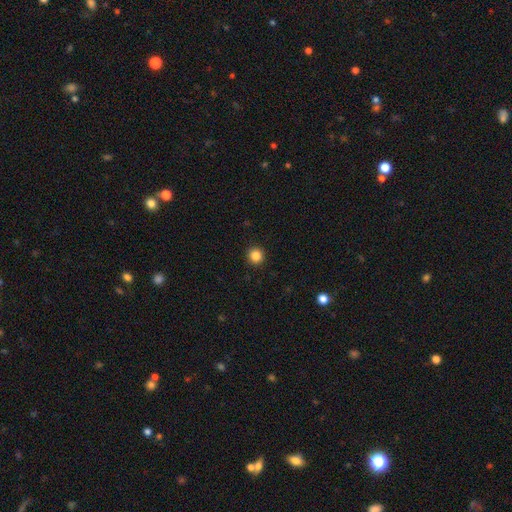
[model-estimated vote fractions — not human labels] A smooth galaxy with no disk features (86%) that is round (95%).

Vote fractions:
- Smooth or featured? smooth: 86% / star or artifact: 11% / featured or disk: 4%
- How rounded? round: 95% / in between: 4% / cigar-shaped: 1%
- Merging? none: 93% / minor disturbance: 4% / major disturbance: 2% / merger: 1%